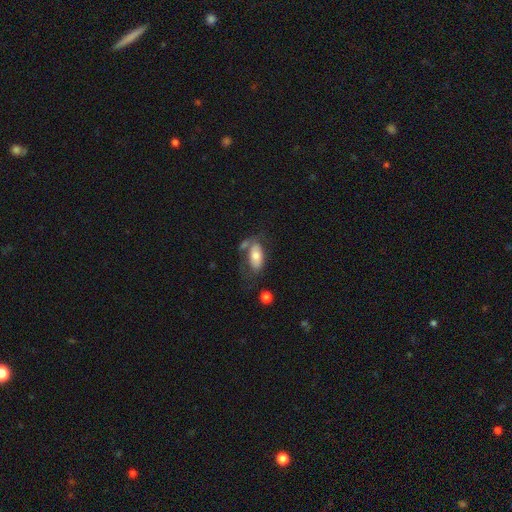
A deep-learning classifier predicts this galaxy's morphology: Smooth or featured? smooth (69%)
How rounded? in between (91%)
Merging? none (42%)